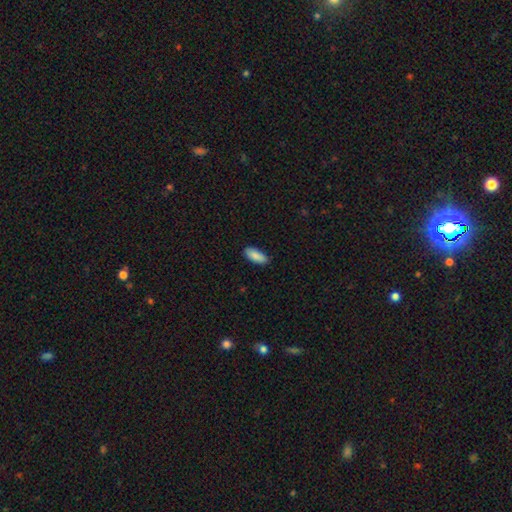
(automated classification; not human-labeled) This appears to be a smooth galaxy with no disk features (88%) that is in between round and cigar-shaped (83%). Merging: none (87%).